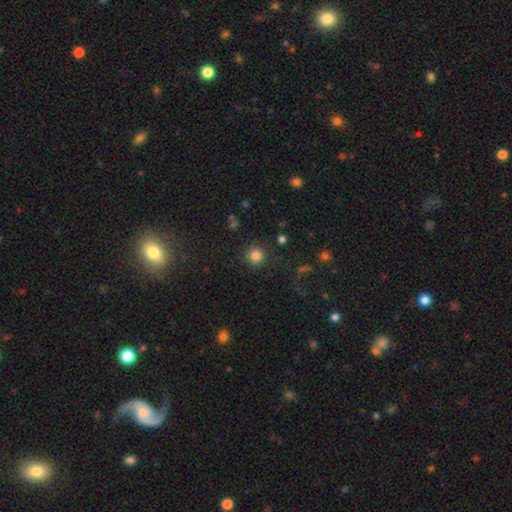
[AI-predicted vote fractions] Smooth or featured? Predicted: smooth (p=0.81). How rounded? Predicted: round (p=0.94). Merging? Predicted: none (p=0.89).